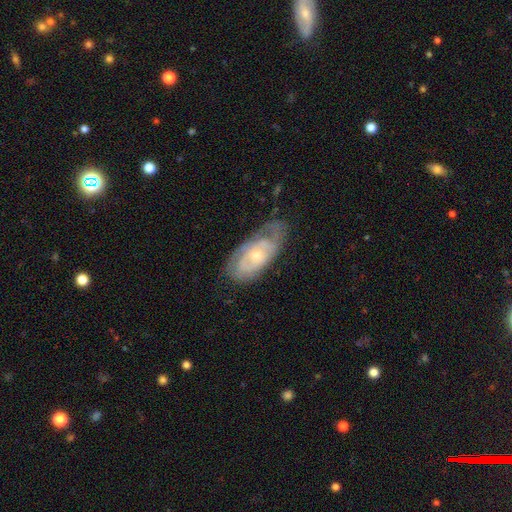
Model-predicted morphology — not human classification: Smooth or featured? featured or disk (73%)
Edge-on disk? no (92%)
Bar? no (77%)
Spiral arms? yes (81%)
Spiral winding? tight (65%)
Spiral arm count? can't tell (49%)
Bulge size? small (59%)
Merging? none (55%)